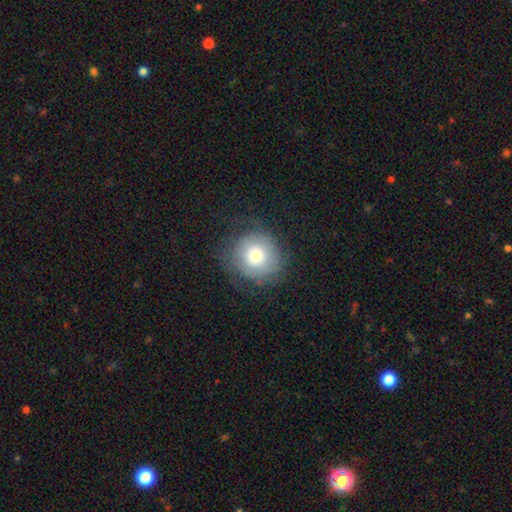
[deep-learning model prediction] A smooth galaxy with no disk features (65%) that is round (90%). Merging: none (72%).